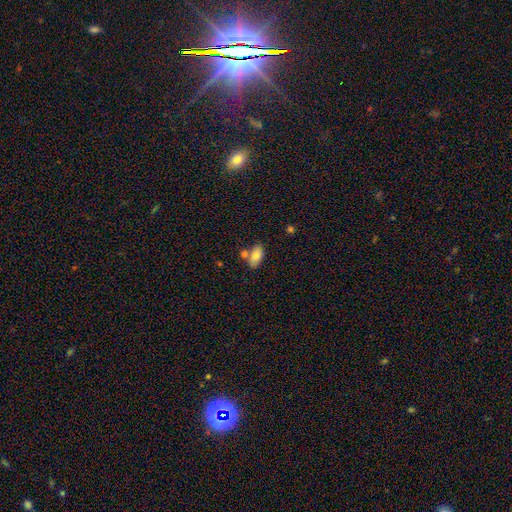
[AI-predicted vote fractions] This appears to be a smooth galaxy with no disk features (79%) that is in between round and cigar-shaped (91%). Merging: none (62%).